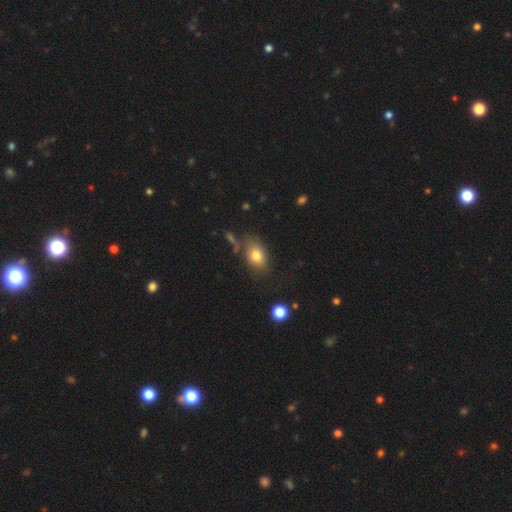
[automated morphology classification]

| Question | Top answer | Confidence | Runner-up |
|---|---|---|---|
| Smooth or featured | smooth | 78% | featured or disk (12%) |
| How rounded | in between | 76% | round (22%) |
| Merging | none | 68% | minor disturbance (18%) |